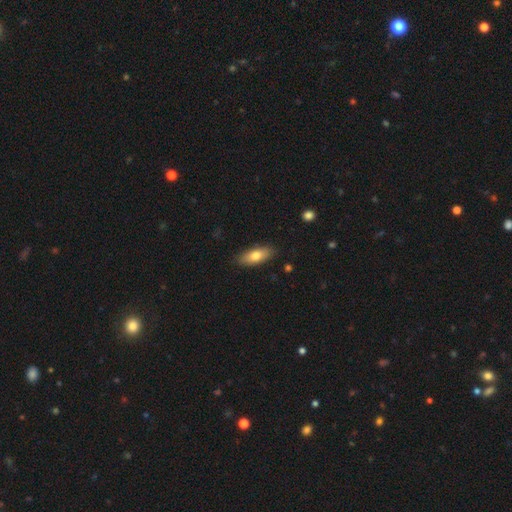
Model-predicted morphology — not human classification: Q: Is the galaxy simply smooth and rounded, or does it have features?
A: smooth — 75%.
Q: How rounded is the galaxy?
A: in between — 74%.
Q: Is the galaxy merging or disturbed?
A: none — 86%.